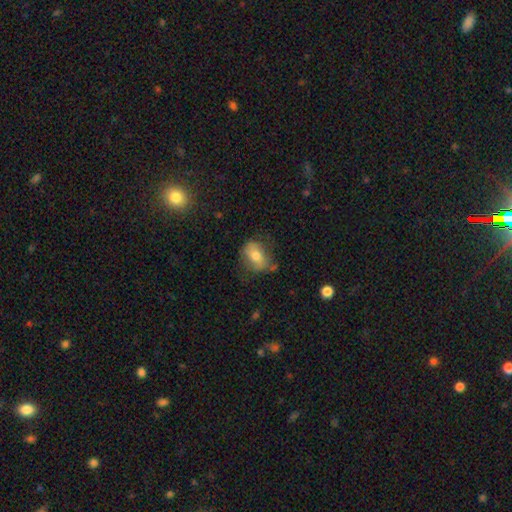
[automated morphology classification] The model was most divided on "merging": none: 59%, minor disturbance: 27%, major disturbance: 11%, merger: 3%. More confident: how rounded — in between (78%); smooth or featured — smooth (69%).